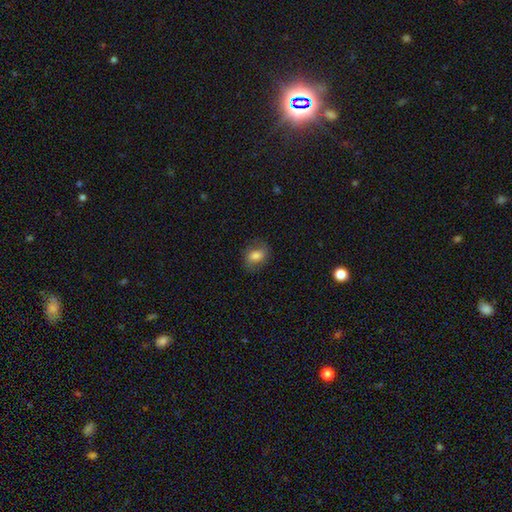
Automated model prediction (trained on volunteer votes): Smooth or featured? smooth (72%)
How rounded? in between (70%)
Merging? none (78%)